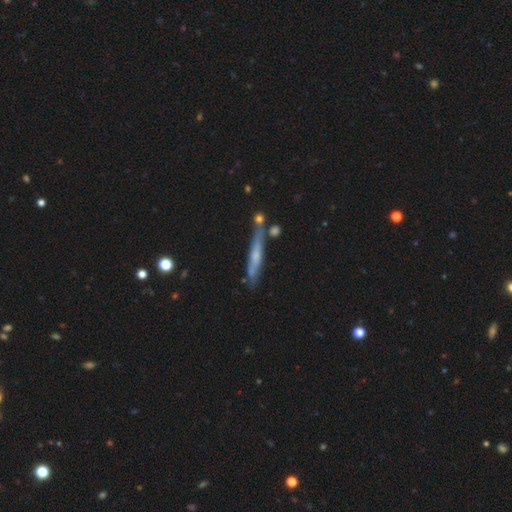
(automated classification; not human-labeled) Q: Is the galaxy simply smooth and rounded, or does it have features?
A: featured or disk — 58%.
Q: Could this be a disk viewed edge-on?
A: yes — 90%.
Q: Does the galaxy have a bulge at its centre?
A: rounded — 47%.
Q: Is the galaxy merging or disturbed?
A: none — 72%.